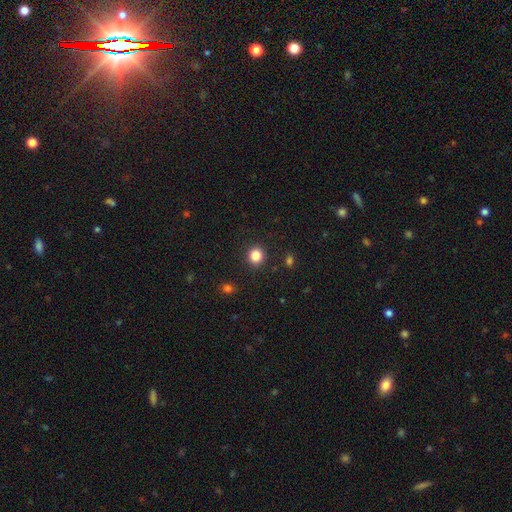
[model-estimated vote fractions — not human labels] Smooth or featured? Predicted: smooth (p=0.84). How rounded? Predicted: round (p=0.88). Merging? Predicted: none (p=0.90).